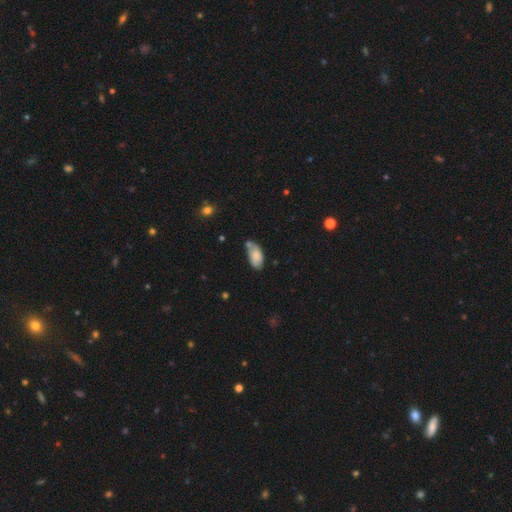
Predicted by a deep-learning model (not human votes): Morphology: type=smooth (77%); roundness=in between (93%); merging=none (47%).